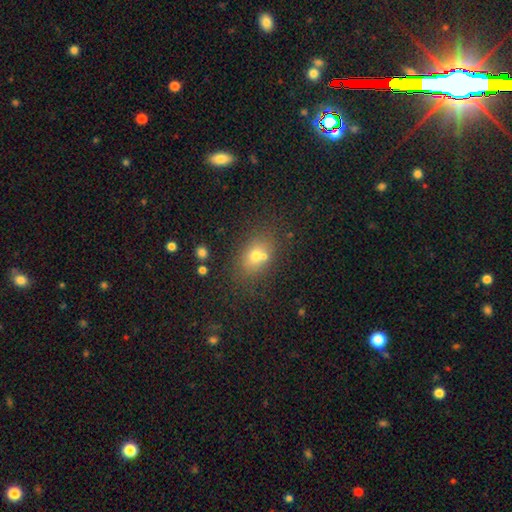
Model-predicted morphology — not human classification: smooth 66%, featured or disk 18%, star or artifact 17%. Down the decision tree: how rounded — in between (66%); merging — none (58%).